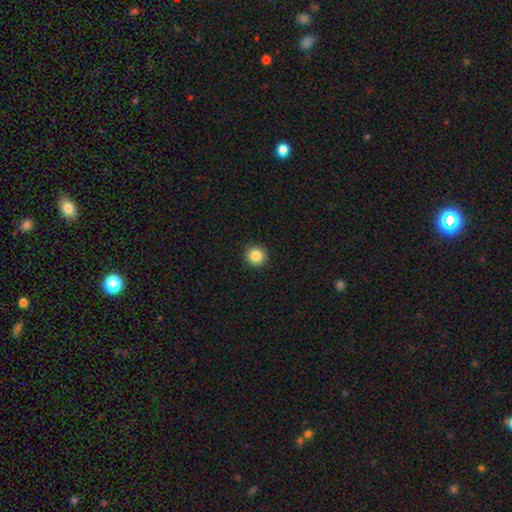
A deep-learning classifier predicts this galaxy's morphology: A smooth galaxy with no disk features (87%) that is round (95%).

Vote fractions:
- Smooth or featured? smooth: 87% / star or artifact: 9% / featured or disk: 4%
- How rounded? round: 95% / in between: 4% / cigar-shaped: 1%
- Merging? none: 93% / minor disturbance: 4% / major disturbance: 2% / merger: 1%